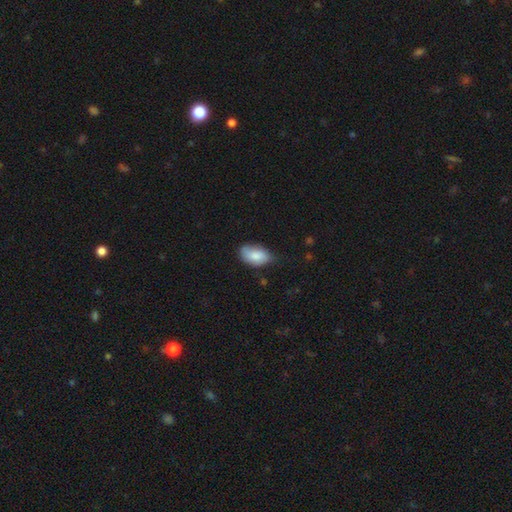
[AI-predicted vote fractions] A smooth galaxy with no disk features (82%) that is in between round and cigar-shaped (93%).

Vote fractions:
- Smooth or featured? smooth: 82% / featured or disk: 12% / star or artifact: 6%
- How rounded? in between: 93% / round: 5% / cigar-shaped: 2%
- Merging? none: 60% / minor disturbance: 32% / major disturbance: 6% / merger: 2%